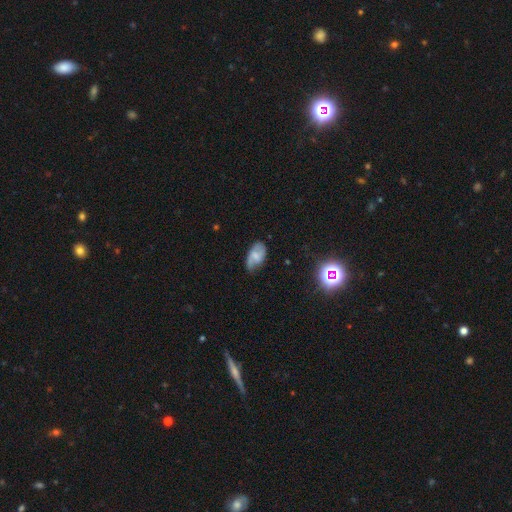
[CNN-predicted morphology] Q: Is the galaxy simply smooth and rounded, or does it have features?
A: featured or disk — 46%.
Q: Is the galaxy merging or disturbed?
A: none — 56%.